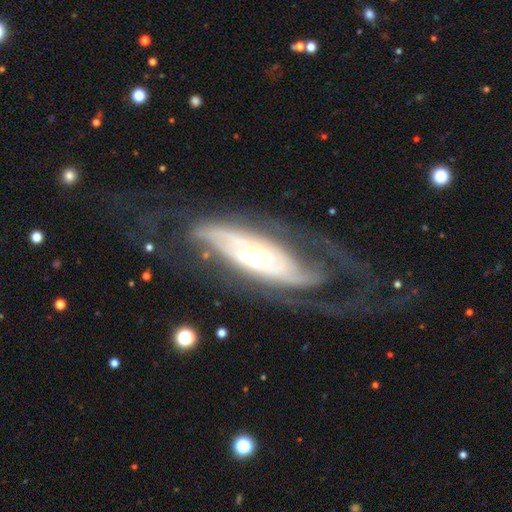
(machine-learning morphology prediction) smooth_or_featured: featured or disk (p=0.86) [alt: smooth p=0.09]
disk_edge_on: no (p=0.83) [alt: yes p=0.17]
bar: no (p=0.50) [alt: weak p=0.30]
has_spiral_arms: yes (p=0.92) [alt: no p=0.08]
spiral_winding: tight (p=0.55) [alt: medium p=0.32]
spiral_arm_count: 2 (p=0.37) [alt: can't tell p=0.36]
bulge_size: moderate (p=0.46) [tied with: small p=0.46]
merging: none (p=0.53) [alt: major disturbance p=0.26]